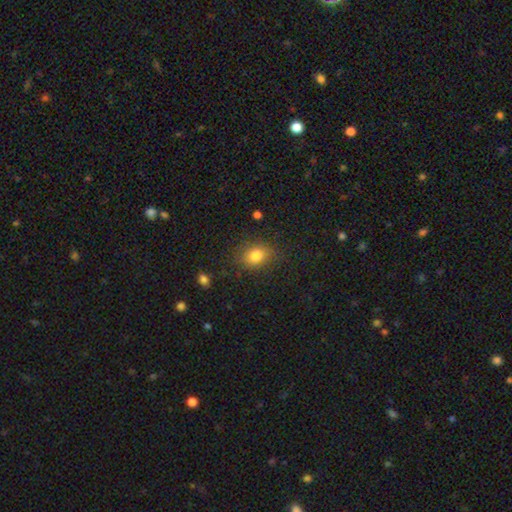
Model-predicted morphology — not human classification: Smooth or featured?
  - smooth: 81% *
  - star or artifact: 11%
  - featured or disk: 7%
How rounded?
  - in between: 52% *
  - round: 47%
  - cigar-shaped: 1%
Merging?
  - none: 81% *
  - minor disturbance: 14%
  - major disturbance: 4%
  - merger: 1%